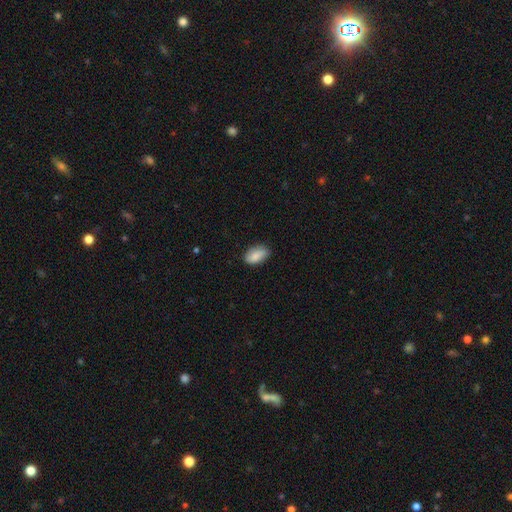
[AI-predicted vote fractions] This is clearly a smooth galaxy (84%). How rounded: clearly in between (93%). Merging: likely none (77%).